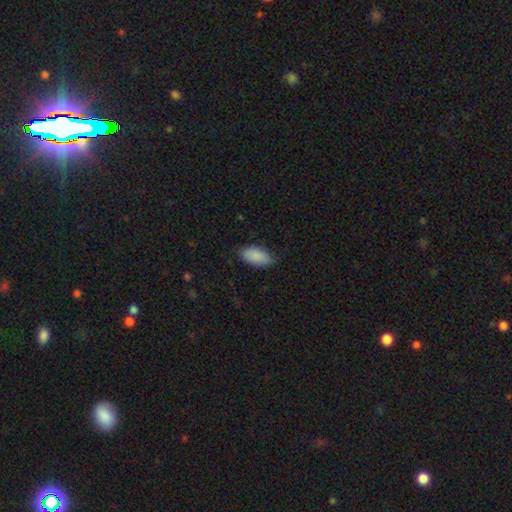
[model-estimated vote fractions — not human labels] A smooth galaxy with no disk features (89%) that is in between round and cigar-shaped (94%). Merging: none (80%).